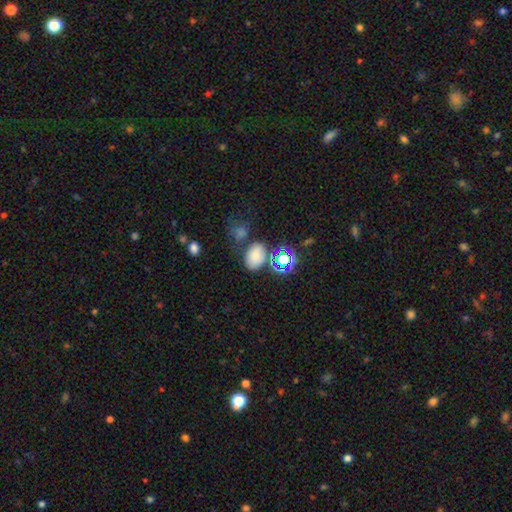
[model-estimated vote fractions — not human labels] Smooth or featured: smooth — 69% (star or artifact — 22%)
How rounded: in between — 79% (round — 19%)
Merging: none — 65% (minor disturbance — 17%)